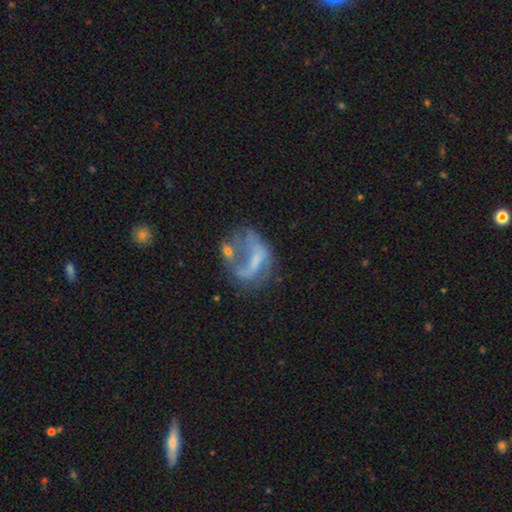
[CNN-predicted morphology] featured or disk 59%, smooth 28%, star or artifact 13%. Down the decision tree: edge-on disk — no (97%); bar — no (57%); spiral arms — no (66%); bulge size — none (52%); merging — major disturbance (43%).